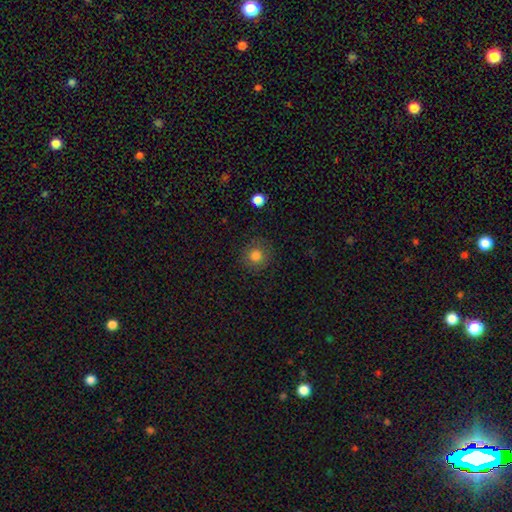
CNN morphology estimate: The model was most divided on "smooth or featured": smooth: 81%, star or artifact: 11%, featured or disk: 8%. More confident: how rounded — round (91%); merging — none (84%).